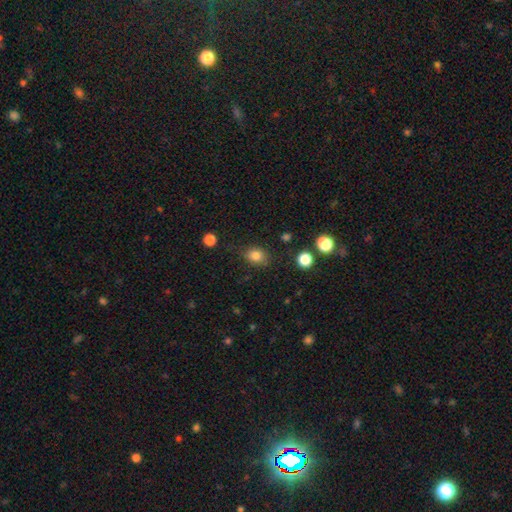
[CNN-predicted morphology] smooth_or_featured: smooth (p=0.83) [alt: star or artifact p=0.11]
how_rounded: in between (p=0.57) [alt: round p=0.42]
merging: none (p=0.78) [alt: minor disturbance p=0.15]